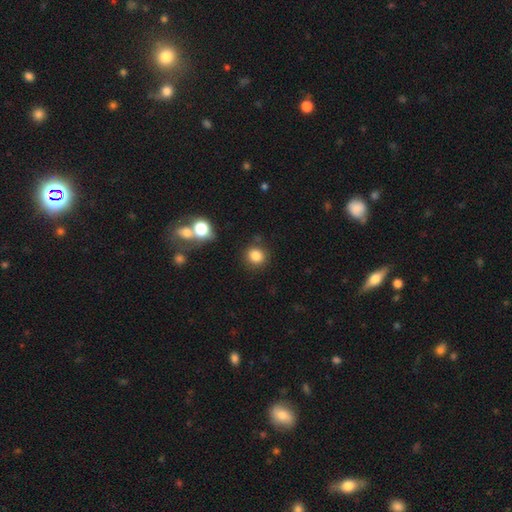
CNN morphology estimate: Q: Smooth or featured?
A: smooth (83%); runner-up: star or artifact (12%)
Q: How rounded?
A: round (88%); runner-up: in between (11%)
Q: Merging?
A: none (85%); runner-up: minor disturbance (8%)